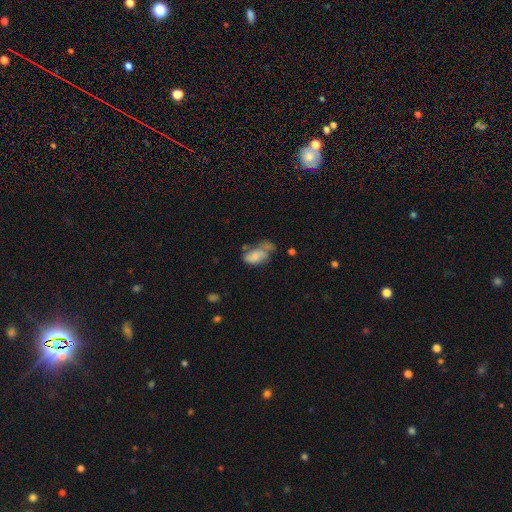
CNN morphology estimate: Q: Smooth or featured?
A: smooth (63%); runner-up: featured or disk (28%)
Q: How rounded?
A: in between (91%); runner-up: round (7%)
Q: Merging?
A: minor disturbance (28%); tied with: none (28%)